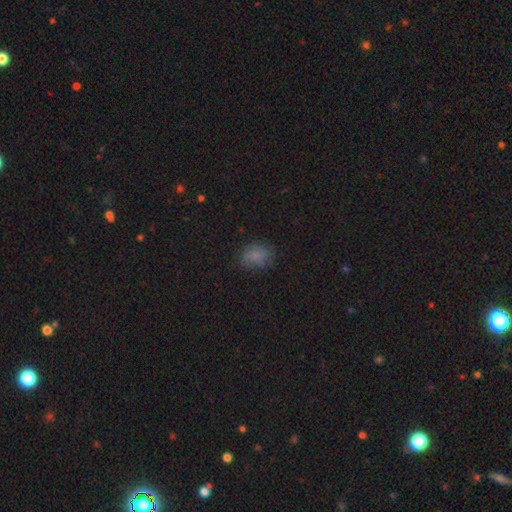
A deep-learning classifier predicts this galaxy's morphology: smooth-or-featured: smooth: 71% | star or artifact: 14% | featured or disk: 14%
  how-rounded: in between: 57% | round: 42% | cigar-shaped: 1%
  merging: none: 69% | minor disturbance: 22% | major disturbance: 8% | merger: 2%